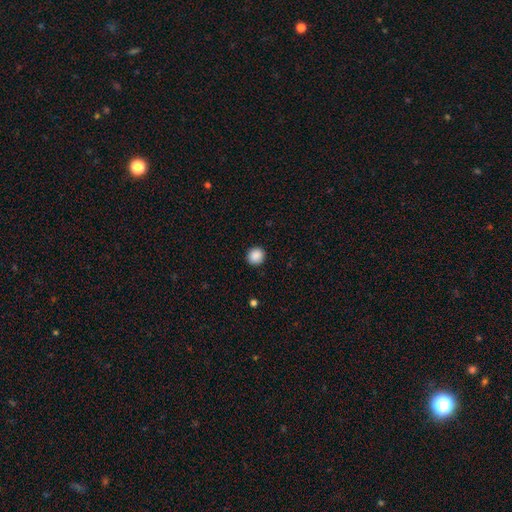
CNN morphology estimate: Overall: smooth (89%). How rounded: round (88%). Merging: none (91%).